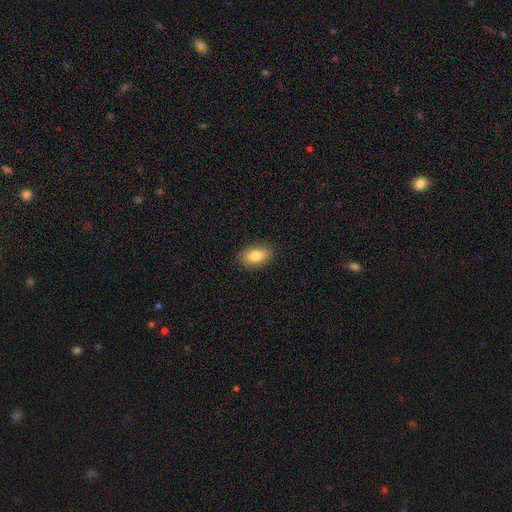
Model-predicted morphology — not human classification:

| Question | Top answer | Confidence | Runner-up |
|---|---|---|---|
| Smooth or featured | smooth | 80% | featured or disk (12%) |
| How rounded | in between | 88% | round (10%) |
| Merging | none | 88% | minor disturbance (9%) |